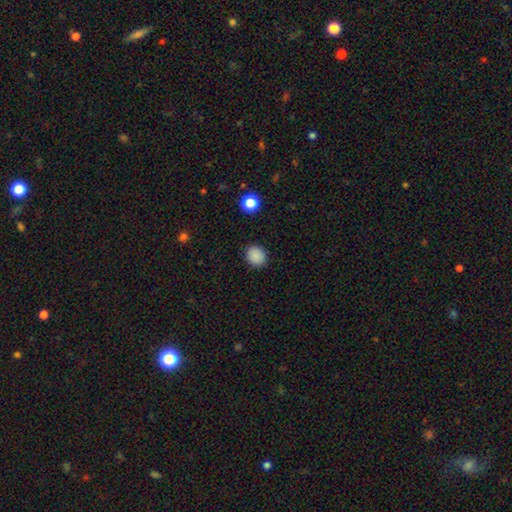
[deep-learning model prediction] Smooth or featured? smooth (87%)
How rounded? round (80%)
Merging? none (90%)